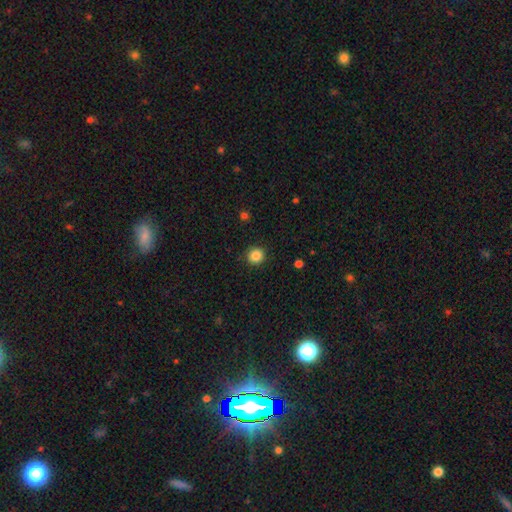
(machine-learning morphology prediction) A smooth galaxy with no disk features (86%) that is round (93%). Merging: none (91%).